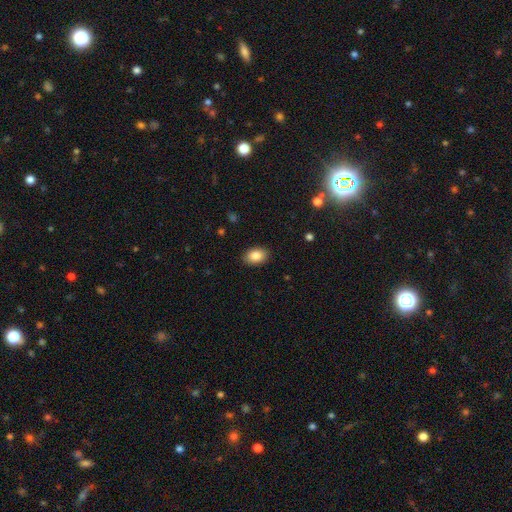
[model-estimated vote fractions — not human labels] Smooth or featured: smooth — 87% (star or artifact — 8%)
How rounded: in between — 84% (round — 15%)
Merging: none — 88% (minor disturbance — 8%)